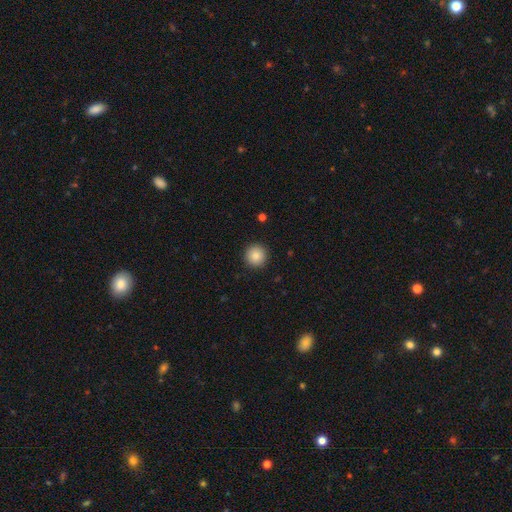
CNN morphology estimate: smooth-or-featured: smooth: 87% | star or artifact: 9% | featured or disk: 4%
  how-rounded: round: 95% | in between: 4% | cigar-shaped: 1%
  merging: none: 92% | minor disturbance: 5% | major disturbance: 2% | merger: 1%